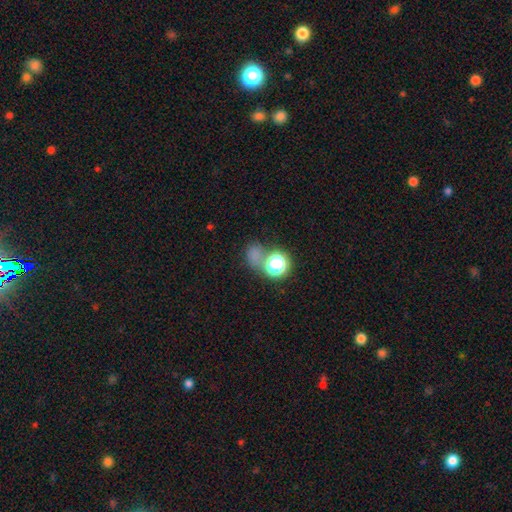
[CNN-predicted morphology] This is possibly a smooth galaxy (58%). How rounded: likely round (68%). Merging: possibly none (56%).